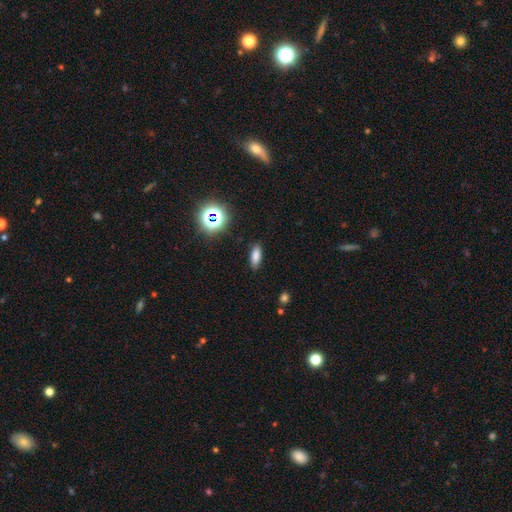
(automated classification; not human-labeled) Smooth or featured? smooth (77%)
How rounded? in between (69%)
Merging? none (86%)